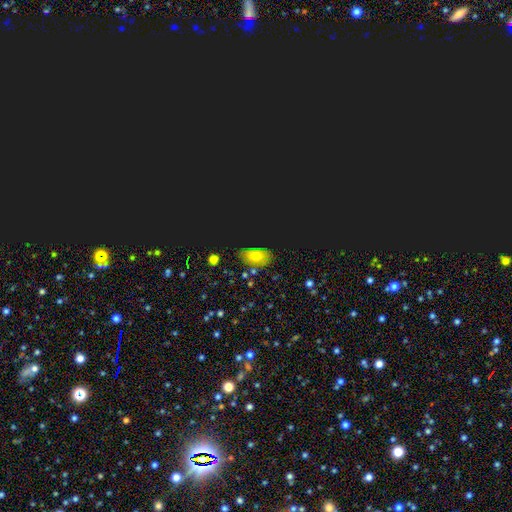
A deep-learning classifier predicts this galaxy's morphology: A smooth galaxy with no disk features (53%) that is in between round and cigar-shaped (84%).

Vote fractions:
- Smooth or featured? smooth: 53% / star or artifact: 34% / featured or disk: 13%
- How rounded? in between: 84% / round: 12% / cigar-shaped: 4%
- Merging? none: 75% / minor disturbance: 17% / major disturbance: 5% / merger: 3%